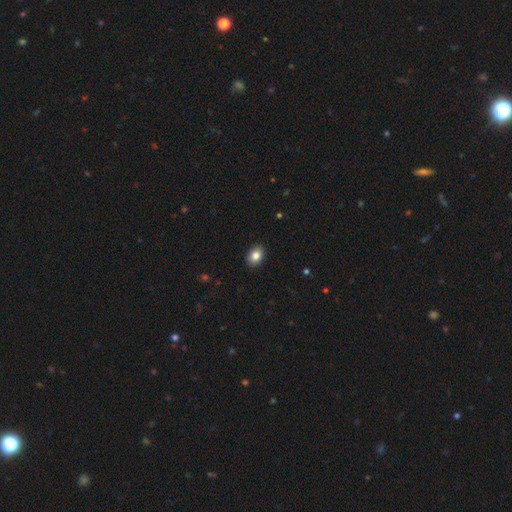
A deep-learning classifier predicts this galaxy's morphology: Smooth or featured? Predicted: smooth (p=0.84). How rounded? Predicted: in between (p=0.78). Merging? Predicted: none (p=0.89).